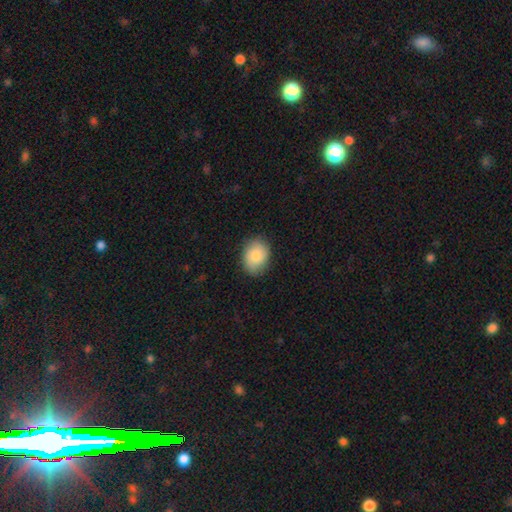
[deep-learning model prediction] Morphology: type=smooth (83%); roundness=in between (64%); merging=none (83%).